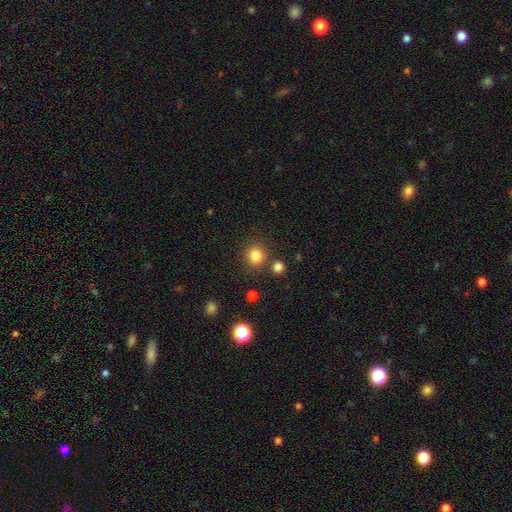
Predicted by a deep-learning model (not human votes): smooth 84%, star or artifact 12%, featured or disk 4%. Down the decision tree: how rounded — round (87%); merging — none (81%).